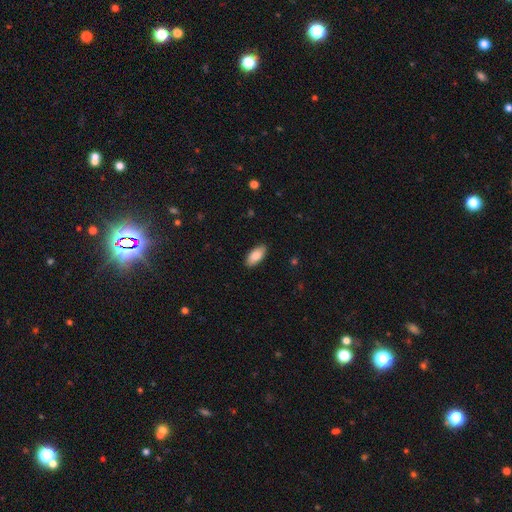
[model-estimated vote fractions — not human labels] Smooth or featured? smooth (86%)
How rounded? in between (91%)
Merging? none (89%)